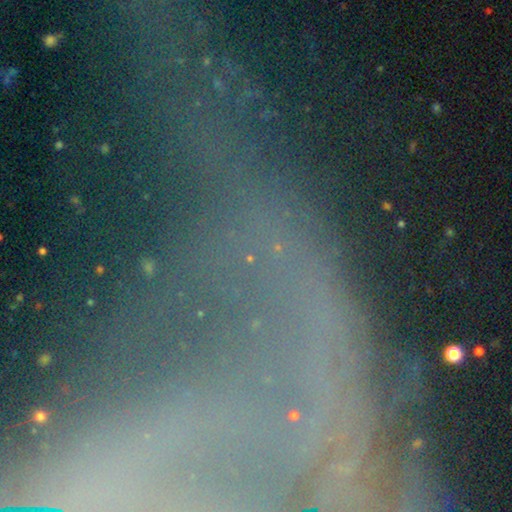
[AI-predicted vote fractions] The model was most divided on "smooth or featured": star or artifact: 53%, featured or disk: 31%, smooth: 16%.